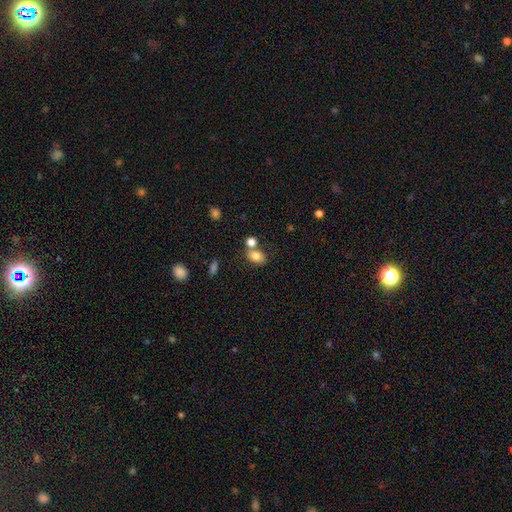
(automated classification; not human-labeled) Overall: smooth (81%). How rounded: in between (74%). Merging: none (54%; merger 28%).